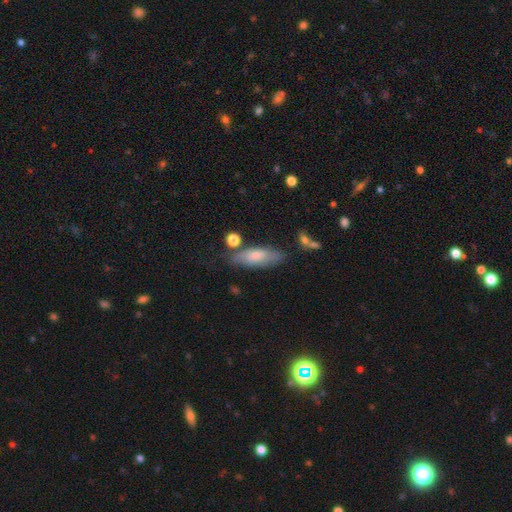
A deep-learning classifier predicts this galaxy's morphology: smooth-or-featured: smooth: 68% | featured or disk: 25% | star or artifact: 7%
  how-rounded: in between: 63% | cigar-shaped: 35% | round: 3%
  merging: none: 64% | minor disturbance: 23% | major disturbance: 7% | merger: 6%